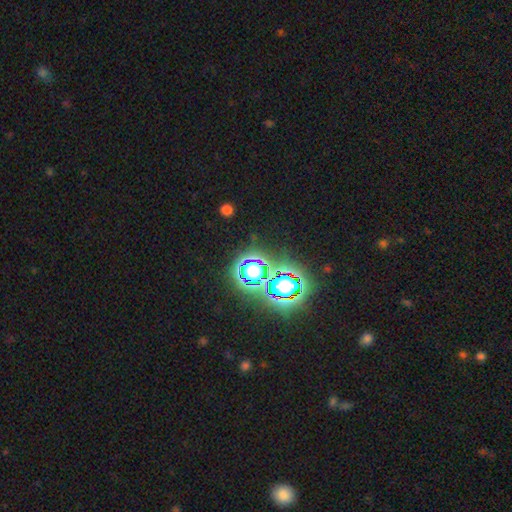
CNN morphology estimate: type=star or artifact (80%).